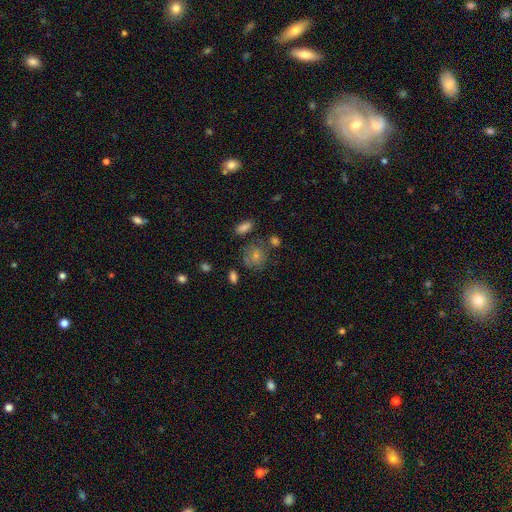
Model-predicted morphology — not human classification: This is likely a smooth galaxy (67%). How rounded: likely round (70%). Merging: possibly none (60%).